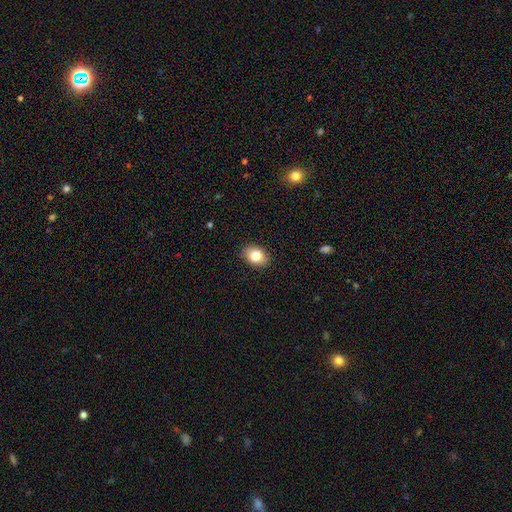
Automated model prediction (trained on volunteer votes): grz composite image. It shows a smooth galaxy with no disk features (81%) that is in between round and cigar-shaped (77%). Merging: none (88%).